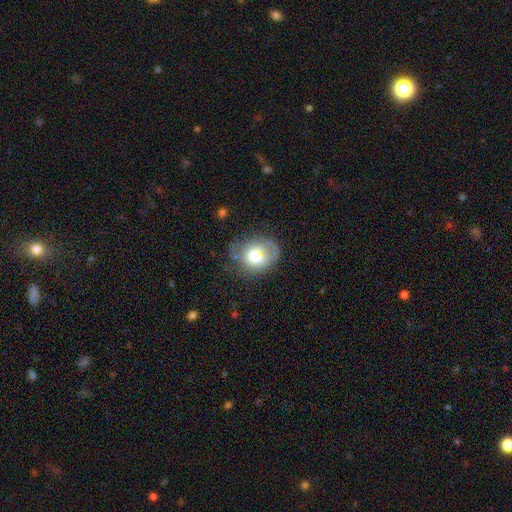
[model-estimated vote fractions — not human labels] Q: Smooth or featured?
A: smooth (71%); runner-up: featured or disk (20%)
Q: How rounded?
A: round (66%); runner-up: in between (33%)
Q: Merging?
A: none (58%); runner-up: minor disturbance (27%)